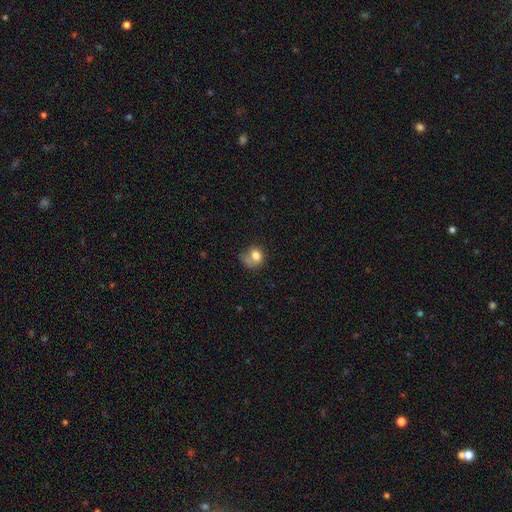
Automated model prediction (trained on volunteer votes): smooth_or_featured: smooth (p=0.74) [alt: featured or disk p=0.16]
how_rounded: round (p=0.66) [alt: in between p=0.33]
merging: none (p=0.35) [alt: major disturbance p=0.29]